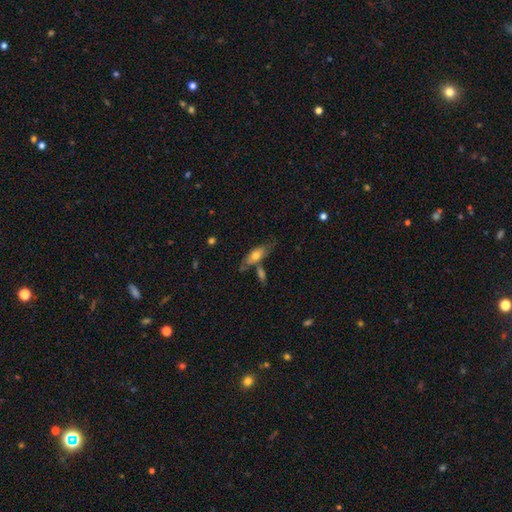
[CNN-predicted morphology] A smooth galaxy with no disk features (58%) that is in between round and cigar-shaped (63%). Merging: none (53%).